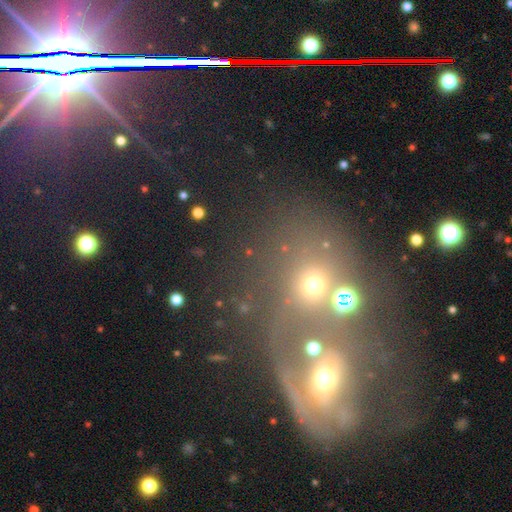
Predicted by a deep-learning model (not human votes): The model was most divided on "smooth or featured": star or artifact: 42%, smooth: 35%, featured or disk: 23%.